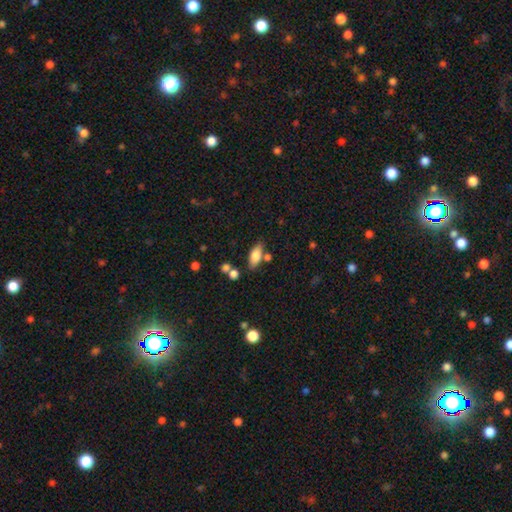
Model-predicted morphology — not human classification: Overall: smooth (78%). How rounded: in between (81%). Merging: none (71%).